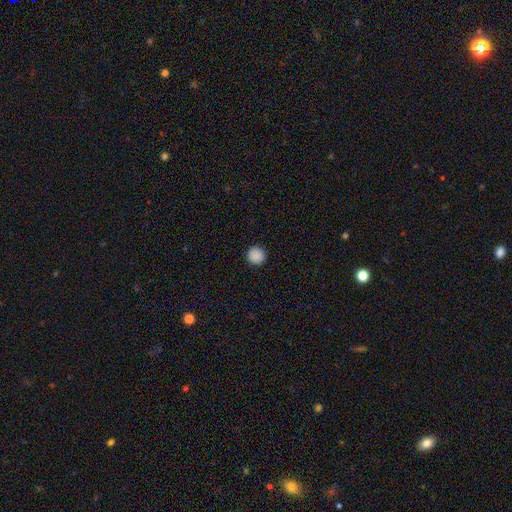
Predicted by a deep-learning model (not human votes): The model was most divided on "smooth or featured": smooth: 89%, star or artifact: 9%, featured or disk: 2%. More confident: how rounded — round (96%); merging — none (93%).